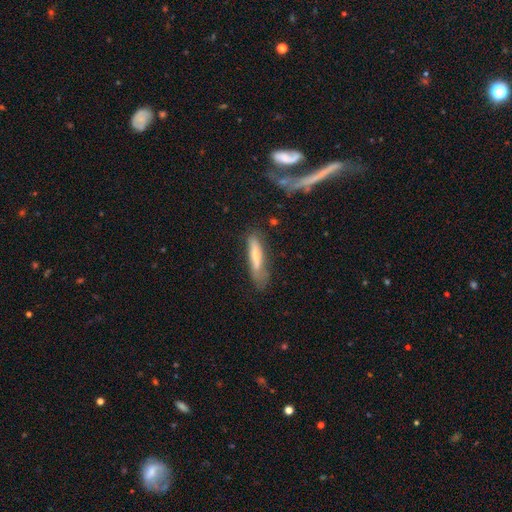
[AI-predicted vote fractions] The model was most divided on "merging": none: 57%, minor disturbance: 27%, major disturbance: 12%, merger: 4%. More confident: how rounded — cigar-shaped (81%); smooth or featured — smooth (67%).